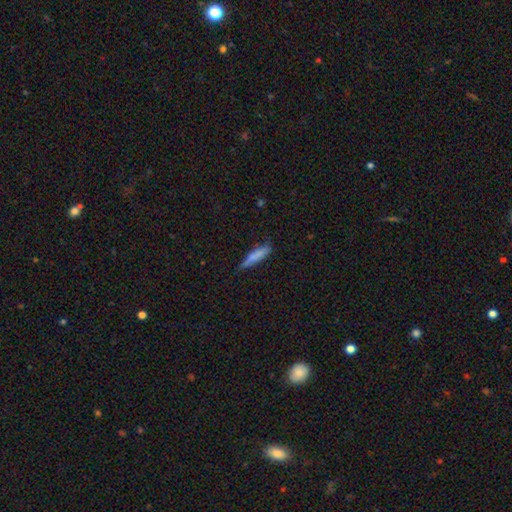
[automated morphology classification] smooth_or_featured: smooth (p=0.76) [alt: featured or disk p=0.17]
how_rounded: cigar-shaped (p=0.81) [alt: in between p=0.18]
merging: none (p=0.62) [alt: minor disturbance p=0.30]